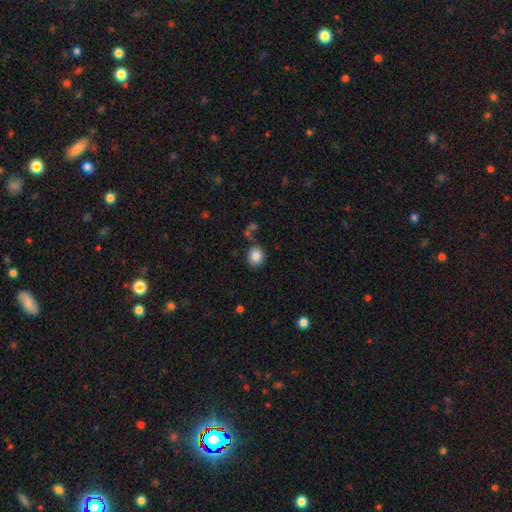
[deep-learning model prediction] Smooth or featured? smooth (85%)
How rounded? round (78%)
Merging? none (76%)